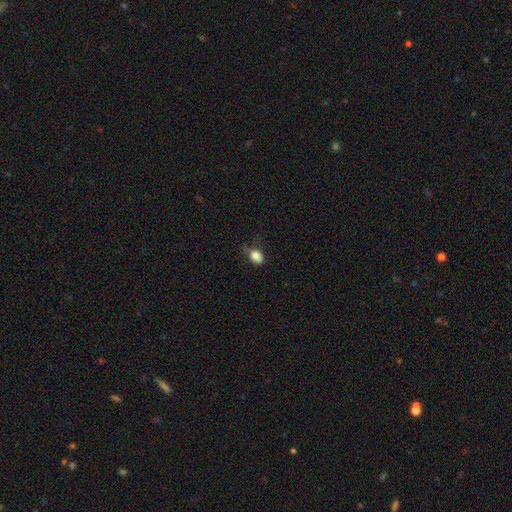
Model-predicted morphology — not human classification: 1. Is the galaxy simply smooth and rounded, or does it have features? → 85% smooth, 10% star or artifact, 6% featured or disk.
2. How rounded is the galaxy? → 66% in between, 32% round, 1% cigar-shaped.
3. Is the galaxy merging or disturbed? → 49% none, 36% minor disturbance, 13% major disturbance, 2% merger.